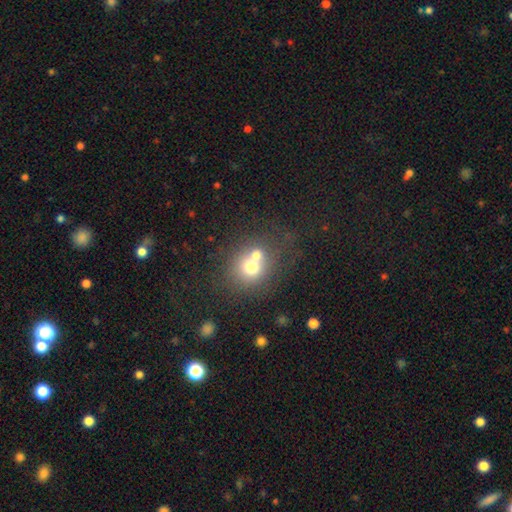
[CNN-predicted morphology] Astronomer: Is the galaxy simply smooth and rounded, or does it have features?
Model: smooth — 66%.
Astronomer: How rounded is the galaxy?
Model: round — 77%.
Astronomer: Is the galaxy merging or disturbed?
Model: merger — 53% (runner-up: none, 36%).